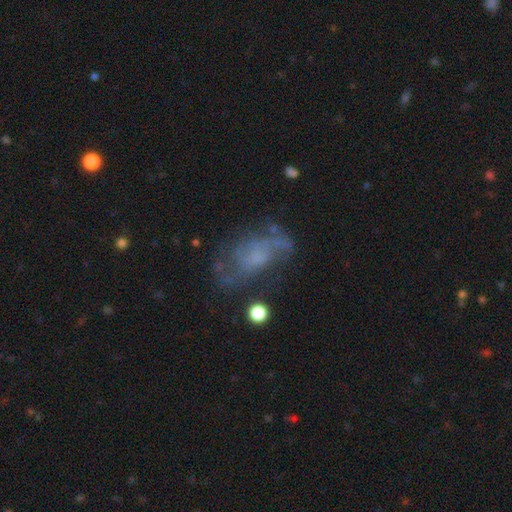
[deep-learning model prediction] Q: Smooth or featured?
A: featured or disk (66%); runner-up: smooth (22%)
Q: Edge-on disk?
A: no (96%); runner-up: yes (4%)
Q: Bar?
A: no (72%); runner-up: weak (24%)
Q: Spiral arms?
A: yes (73%); runner-up: no (27%)
Q: Bulge size?
A: none (51%); runner-up: small (23%)
Q: Merging?
A: none (48%); runner-up: major disturbance (25%)